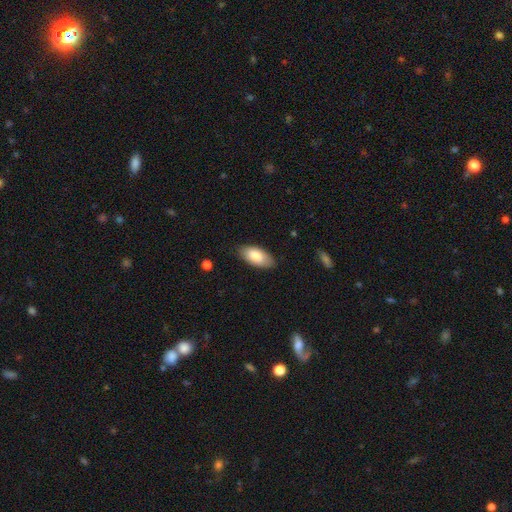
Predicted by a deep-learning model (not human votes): Smooth or featured: smooth — 83% (featured or disk — 11%)
How rounded: in between — 92% (cigar-shaped — 6%)
Merging: none — 83% (minor disturbance — 13%)